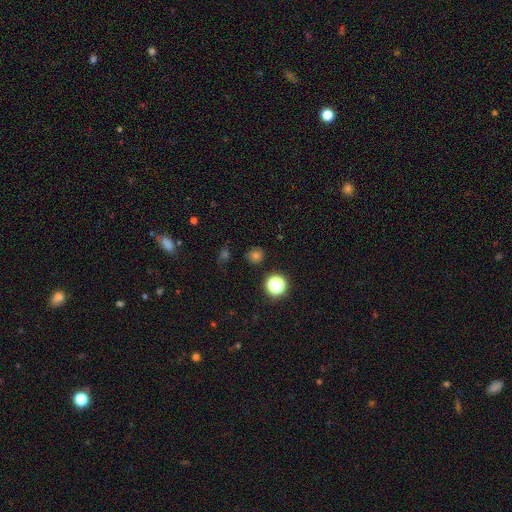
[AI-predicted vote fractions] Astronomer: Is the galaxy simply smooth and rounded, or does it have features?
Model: smooth — 59% (runner-up: star or artifact, 35%).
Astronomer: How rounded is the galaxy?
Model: round — 86%.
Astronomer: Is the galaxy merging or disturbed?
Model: none — 85%.